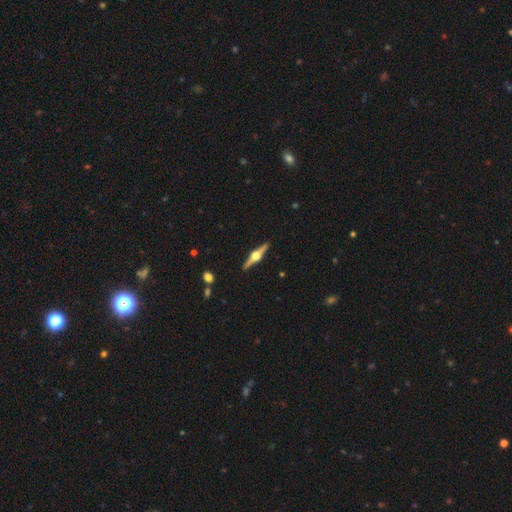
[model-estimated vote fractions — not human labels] smooth-or-featured: featured or disk: 83% | smooth: 12% | star or artifact: 5%
  disk-edge-on: yes: 98% | no: 2%
    edge-on-bulge: rounded: 96% | boxy: 3% | none: 1%
  merging: none: 91% | minor disturbance: 6% | major disturbance: 1% | merger: 1%